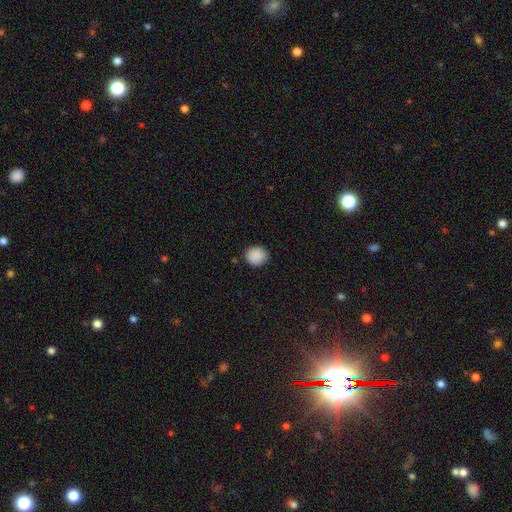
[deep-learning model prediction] Smooth or featured? Predicted: smooth (p=0.89). How rounded? Predicted: round (p=0.78). Merging? Predicted: none (p=0.87).